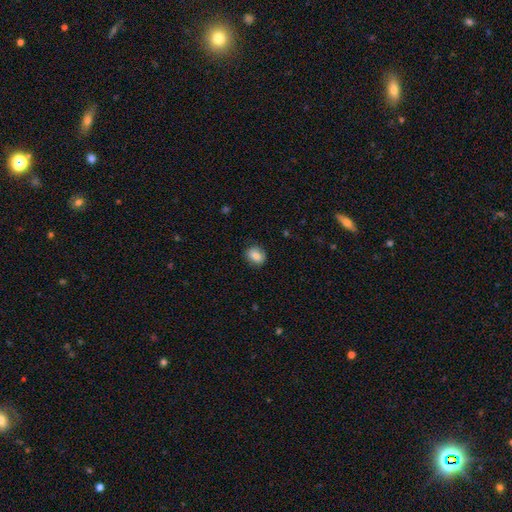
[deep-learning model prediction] Q: Smooth or featured?
A: smooth (84%); runner-up: star or artifact (8%)
Q: How rounded?
A: in between (55%); runner-up: round (44%)
Q: Merging?
A: none (83%); runner-up: minor disturbance (13%)